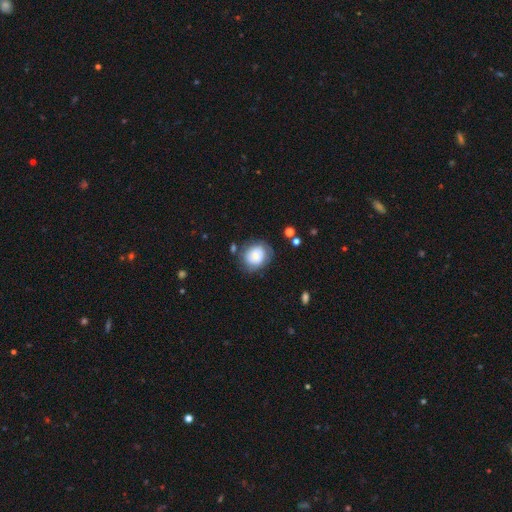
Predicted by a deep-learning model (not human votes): Morphology: type=smooth (67%); roundness=round (70%); merging=none (67%).